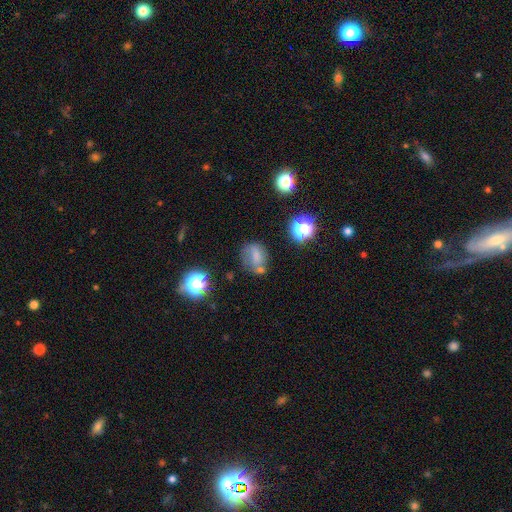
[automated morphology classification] smooth 55%, featured or disk 26%, star or artifact 19%. Down the decision tree: how rounded — in between (53%); merging — none (48%).